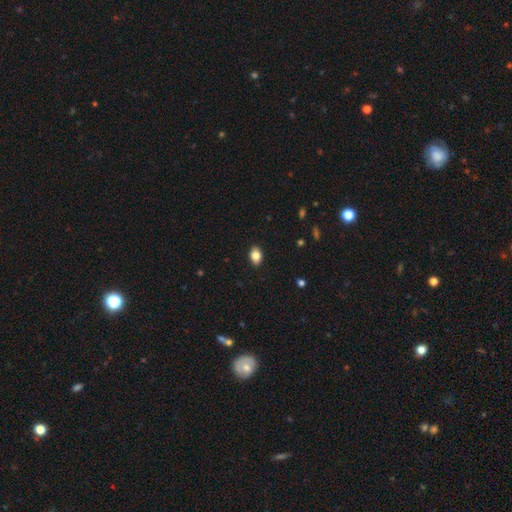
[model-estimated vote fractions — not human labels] Overall: smooth (84%). How rounded: in between (83%). Merging: none (89%).